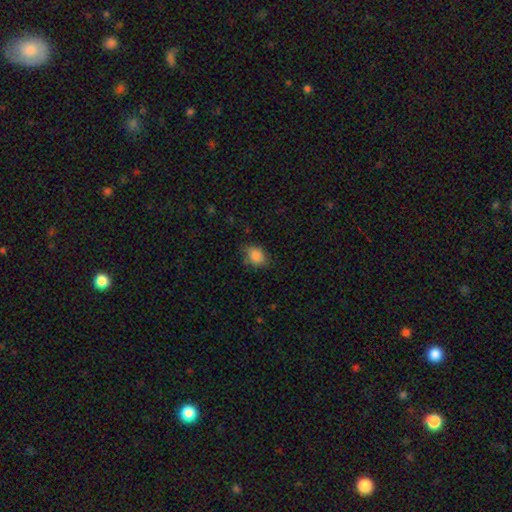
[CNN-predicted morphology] Overall: smooth (86%). How rounded: in between (71%). Merging: none (70%).